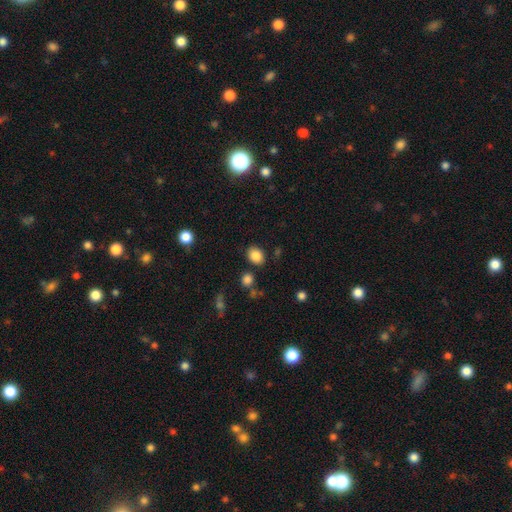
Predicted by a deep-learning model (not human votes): A smooth galaxy with no disk features (86%) that is in between round and cigar-shaped (58%). Merging: none (82%).